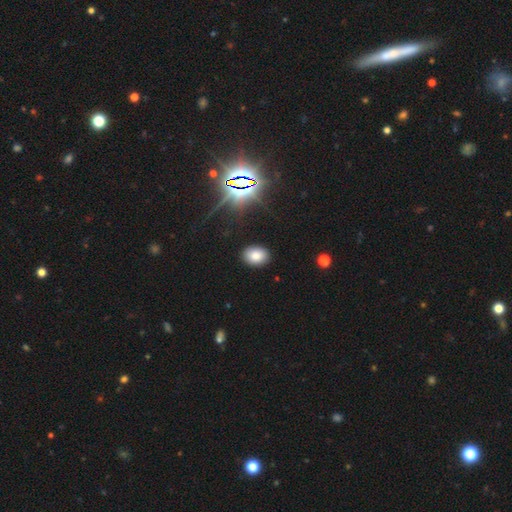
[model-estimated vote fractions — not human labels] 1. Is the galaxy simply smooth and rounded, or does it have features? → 80% smooth, 14% star or artifact, 6% featured or disk.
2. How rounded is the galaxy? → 74% in between, 25% round, 1% cigar-shaped.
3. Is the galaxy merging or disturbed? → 89% none, 8% minor disturbance, 2% major disturbance, 1% merger.